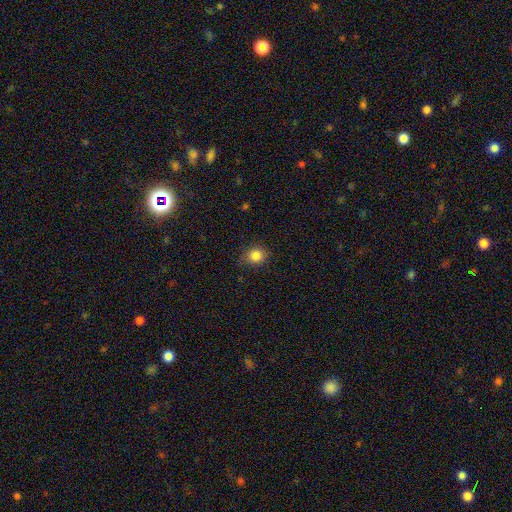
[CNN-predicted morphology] The model was most divided on "how rounded": round: 74%, in between: 25%, cigar-shaped: 1%. More confident: smooth or featured — smooth (84%); merging — none (78%).